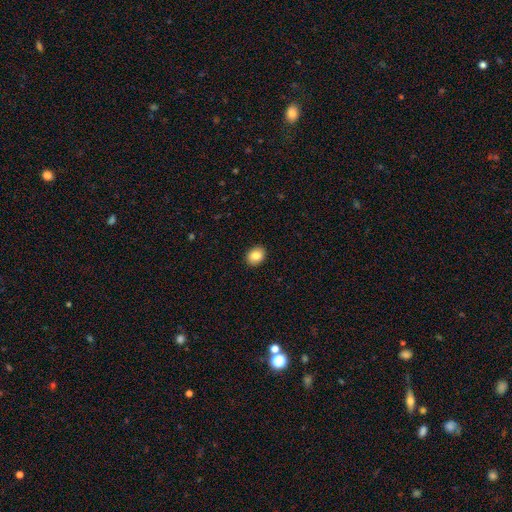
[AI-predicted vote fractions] Smooth or featured: smooth — 86% (star or artifact — 8%)
How rounded: in between — 52% (round — 47%)
Merging: none — 91% (minor disturbance — 6%)